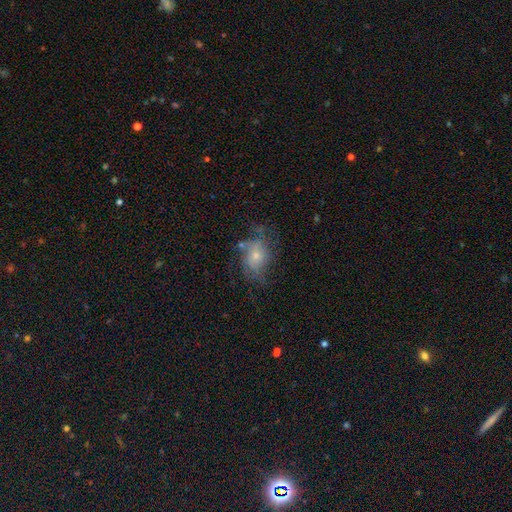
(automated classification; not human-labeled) Smooth or featured? smooth (48%)
Merging? none (46%)